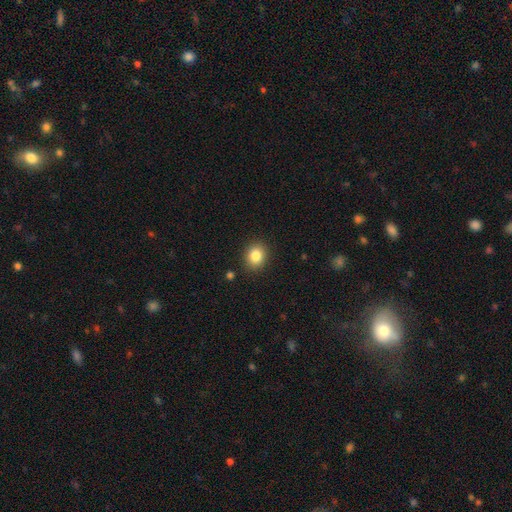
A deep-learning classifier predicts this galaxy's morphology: Overall: smooth (84%). How rounded: round (64%; in between 35%). Merging: none (88%).